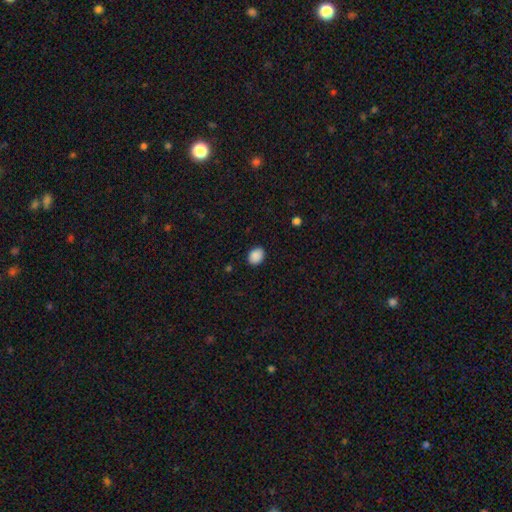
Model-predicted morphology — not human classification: smooth-or-featured: smooth: 89% | star or artifact: 8% | featured or disk: 3%
  how-rounded: in between: 63% | round: 36% | cigar-shaped: 1%
  merging: none: 88% | minor disturbance: 9% | major disturbance: 2% | merger: 1%